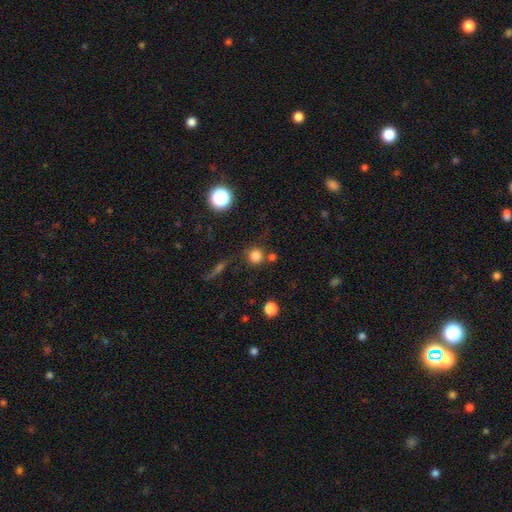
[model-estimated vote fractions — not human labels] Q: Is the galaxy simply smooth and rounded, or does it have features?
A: smooth — 79%.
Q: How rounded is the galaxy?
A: round — 93%.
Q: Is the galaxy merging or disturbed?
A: none — 76%.